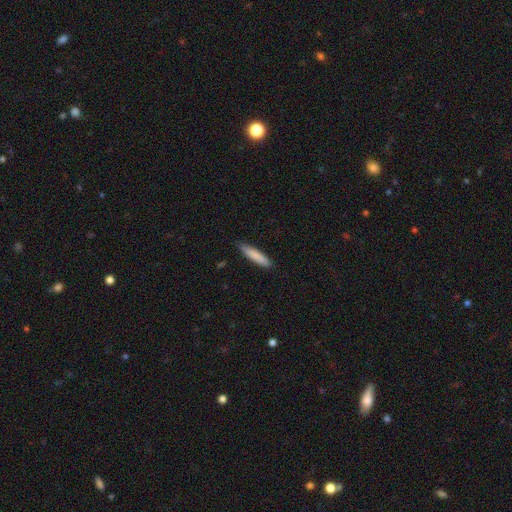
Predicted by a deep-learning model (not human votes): smooth 83%, featured or disk 11%, star or artifact 6%. Down the decision tree: how rounded — cigar-shaped (84%); merging — none (83%).